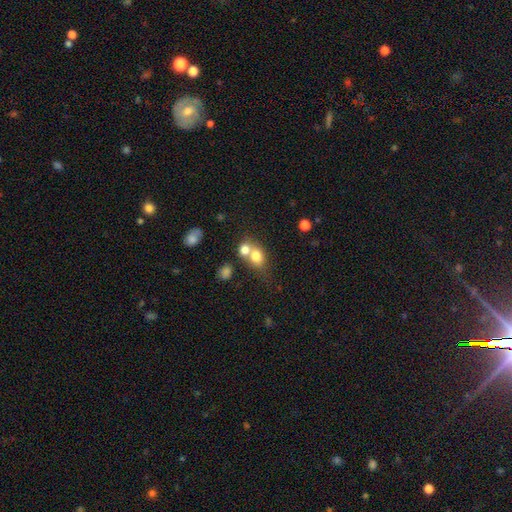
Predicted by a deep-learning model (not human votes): A smooth galaxy with no disk features (74%) that is in between round and cigar-shaped (49%, tied with round).

Vote fractions:
- Smooth or featured? smooth: 74% / featured or disk: 15% / star or artifact: 11%
- How rounded? in between: 49% (tied) / round: 49% (tied) / cigar-shaped: 2%
- Merging? merger: 56% / none: 30% / minor disturbance: 9% / major disturbance: 5%